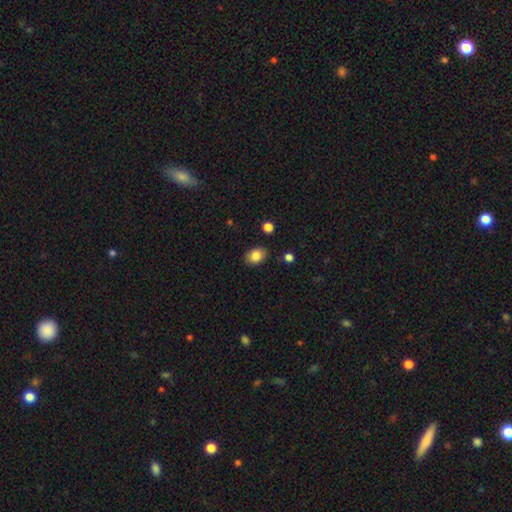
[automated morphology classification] A smooth galaxy with no disk features (85%) that is in between round and cigar-shaped (71%). Merging: none (86%).